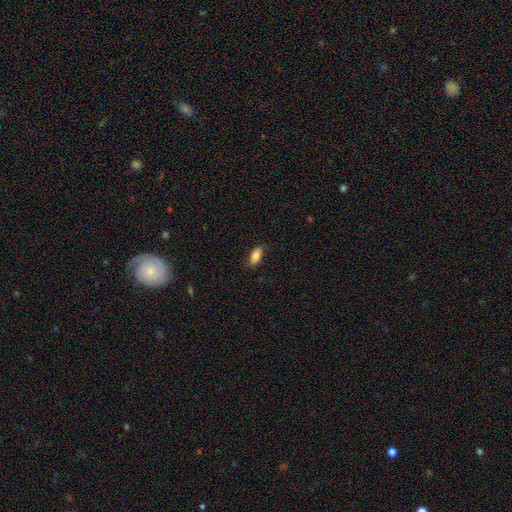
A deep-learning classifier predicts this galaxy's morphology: This appears to be a smooth galaxy with no disk features (83%) that is in between round and cigar-shaped (91%). Merging: none (77%).